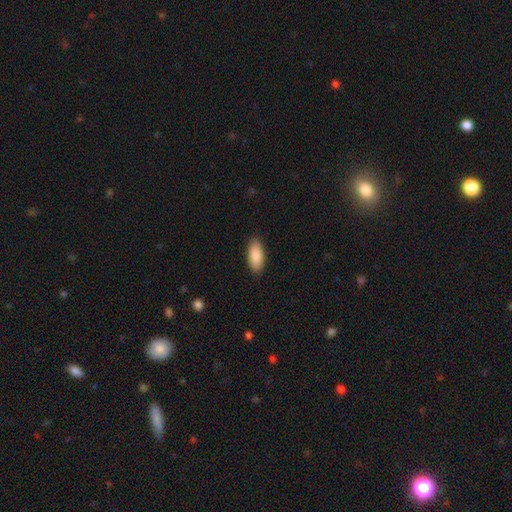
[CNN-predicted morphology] smooth-or-featured: smooth: 87% | featured or disk: 7% | star or artifact: 6%
  how-rounded: in between: 88% | cigar-shaped: 10% | round: 2%
  merging: none: 88% | minor disturbance: 9% | major disturbance: 2% | merger: 1%